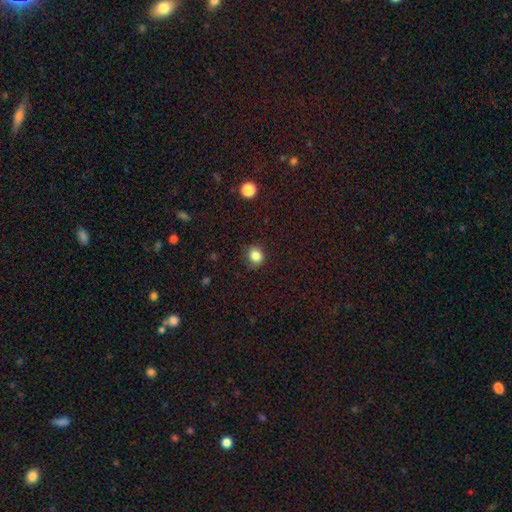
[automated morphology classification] Smooth or featured: smooth — 84% (star or artifact — 11%)
How rounded: round — 74% (in between — 25%)
Merging: none — 79% (minor disturbance — 16%)